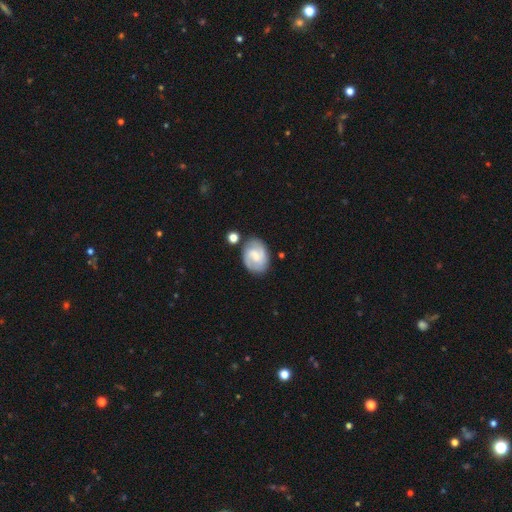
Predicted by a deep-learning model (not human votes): Smooth or featured: featured or disk — 66% (smooth — 27%)
Edge-on disk: no — 97% (yes — 3%)
Bar: weak — 52% (no — 35%)
Spiral arms: yes — 92% (no — 8%)
Spiral winding: medium — 46% (tight — 35%)
Spiral arm count: 2 — 72% (can't tell — 13%)
Bulge size: small — 37% (none — 28%)
Merging: none — 74% (minor disturbance — 15%)